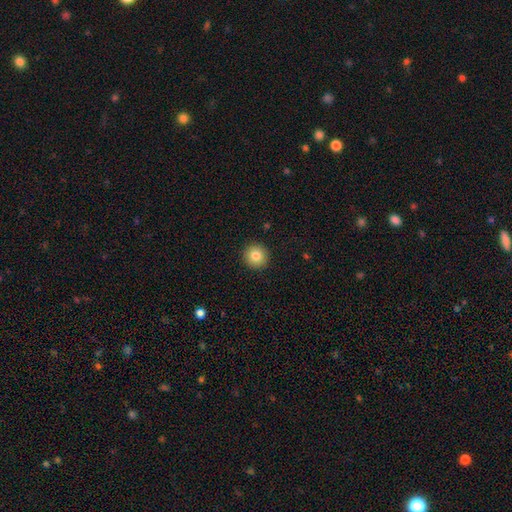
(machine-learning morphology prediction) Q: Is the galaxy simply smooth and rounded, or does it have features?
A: smooth — 83%.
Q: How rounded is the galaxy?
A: round — 95%.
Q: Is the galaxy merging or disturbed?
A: none — 93%.